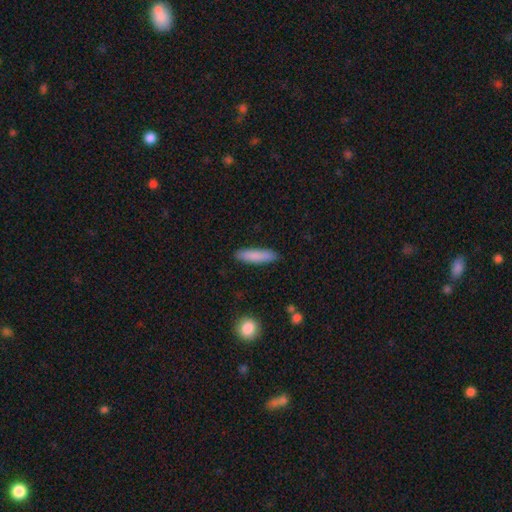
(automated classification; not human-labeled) This is clearly a smooth galaxy (85%). How rounded: likely cigar-shaped (76%). Merging: clearly none (88%).